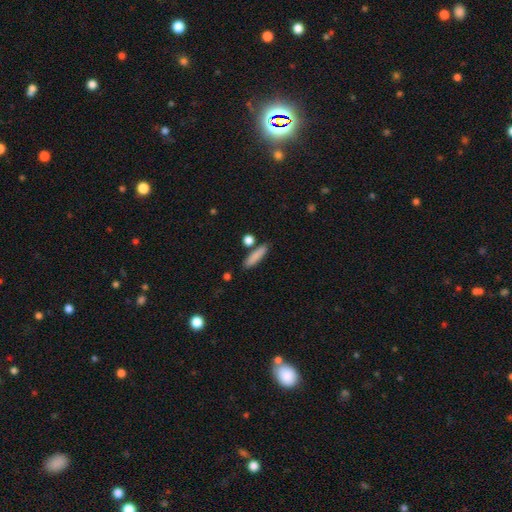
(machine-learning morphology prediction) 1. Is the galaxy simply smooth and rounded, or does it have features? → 84% smooth, 9% featured or disk, 7% star or artifact.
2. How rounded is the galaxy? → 70% cigar-shaped, 25% in between, 5% round.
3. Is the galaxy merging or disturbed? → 80% none, 10% minor disturbance, 7% merger, 3% major disturbance.